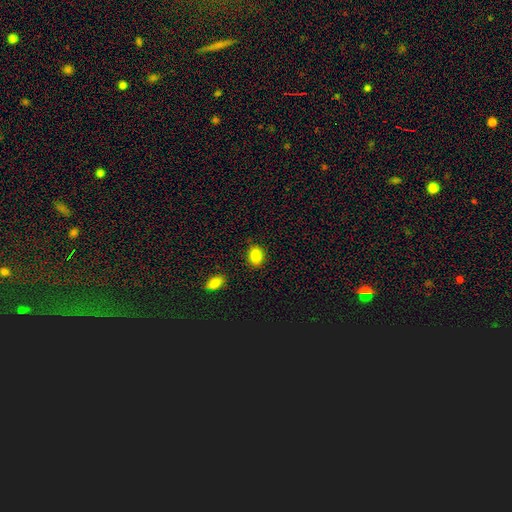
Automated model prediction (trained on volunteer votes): A smooth galaxy with no disk features (87%) that is in between round and cigar-shaped (72%). Merging: none (86%).